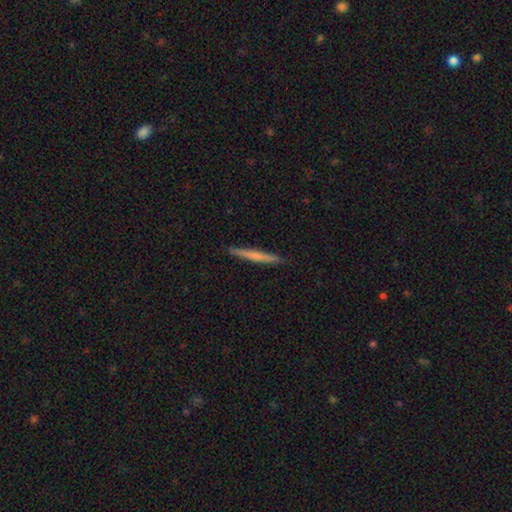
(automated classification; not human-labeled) Smooth or featured? Predicted: smooth (p=0.57). How rounded? Predicted: cigar-shaped (p=0.96). Merging? Predicted: none (p=0.91).